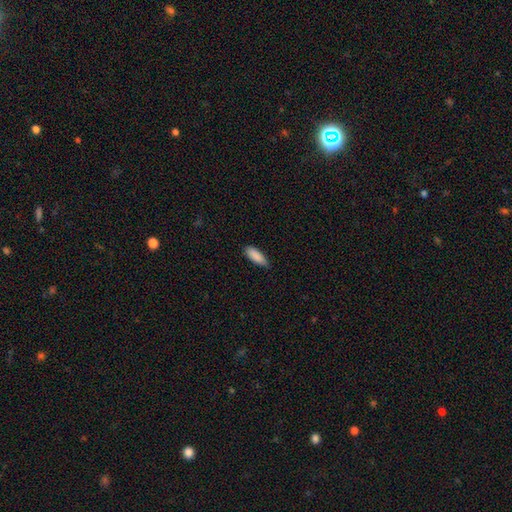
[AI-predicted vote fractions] Smooth or featured: smooth — 89% (star or artifact — 6%)
How rounded: in between — 69% (cigar-shaped — 29%)
Merging: none — 76% (minor disturbance — 20%)